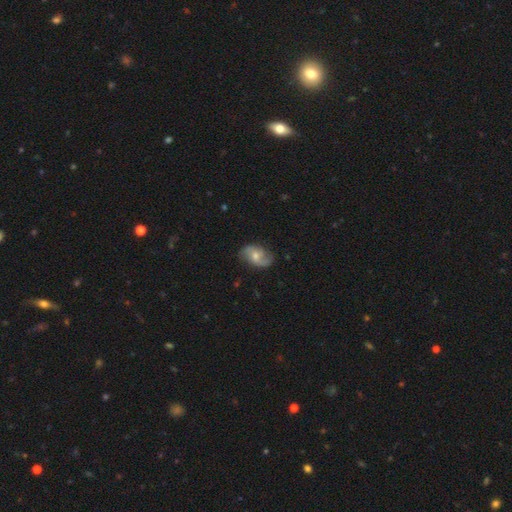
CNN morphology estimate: type=featured or disk (74%); edge-on=no (96%); bar=no (61%); spiral arms=yes (92%); winding=medium (42%); arm count=2 (88%); bulge=moderate (61%); merging=none (79%).